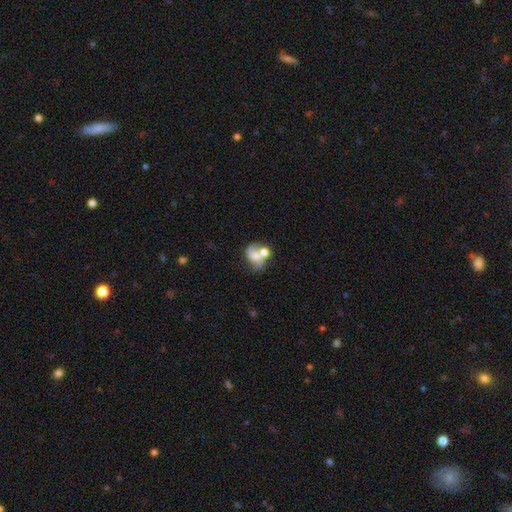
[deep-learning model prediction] Smooth or featured? Predicted: featured or disk (p=0.56). Edge-on disk? Predicted: no (p=0.98). Bar? Predicted: no (p=0.69). Spiral arms? Predicted: yes (p=0.75). Bulge size? Predicted: moderate (p=0.43). Merging? Predicted: merger (p=0.42).